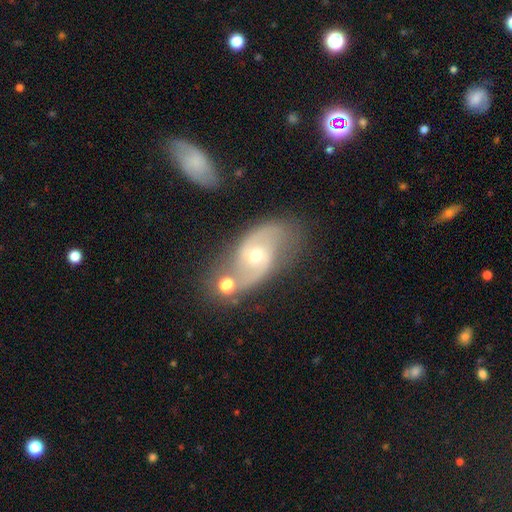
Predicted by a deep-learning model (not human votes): smooth_or_featured: featured or disk (p=0.78) [alt: smooth p=0.15]
disk_edge_on: no (p=0.96) [alt: yes p=0.04]
bar: no (p=0.61) [alt: weak p=0.32]
has_spiral_arms: yes (p=0.91) [alt: no p=0.09]
spiral_winding: medium (p=0.46) [alt: loose p=0.35]
spiral_arm_count: 2 (p=0.89) [alt: can't tell p=0.06]
bulge_size: moderate (p=0.61) [alt: small p=0.33]
merging: none (p=0.61) [alt: minor disturbance p=0.18]